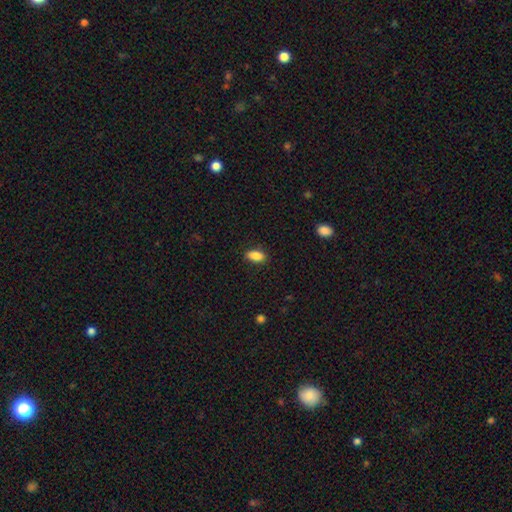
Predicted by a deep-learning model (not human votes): Smooth or featured? Predicted: smooth (p=0.88). How rounded? Predicted: in between (p=0.89). Merging? Predicted: none (p=0.86).